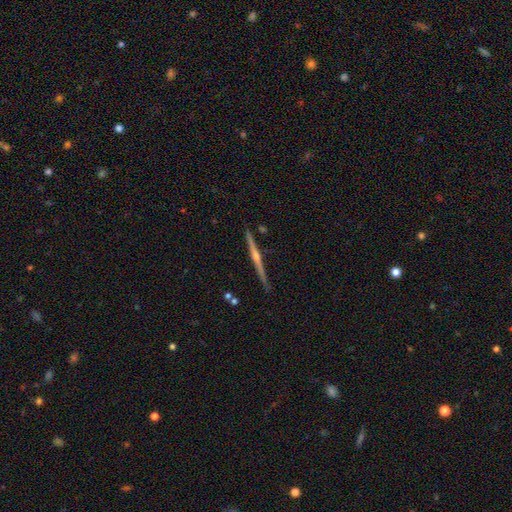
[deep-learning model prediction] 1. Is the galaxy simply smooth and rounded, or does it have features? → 81% featured or disk, 12% smooth, 7% star or artifact.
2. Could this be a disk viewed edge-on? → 98% yes, 2% no.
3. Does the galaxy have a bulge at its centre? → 82% rounded, 11% none, 6% boxy.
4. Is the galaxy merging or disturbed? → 89% none, 7% minor disturbance, 2% merger, 2% major disturbance.